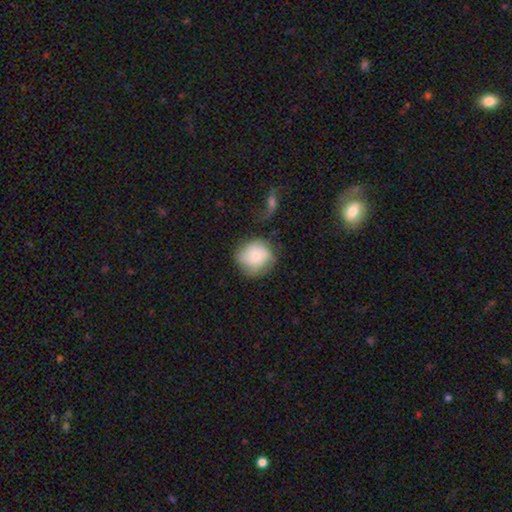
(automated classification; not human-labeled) Smooth or featured? Predicted: smooth (p=0.63). How rounded? Predicted: round (p=0.83). Merging? Predicted: none (p=0.57).